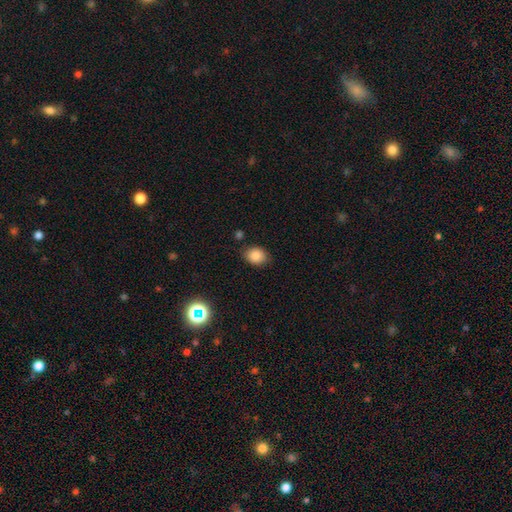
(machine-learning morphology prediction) Smooth or featured? Predicted: smooth (p=0.85). How rounded? Predicted: in between (p=0.56). Merging? Predicted: none (p=0.79).